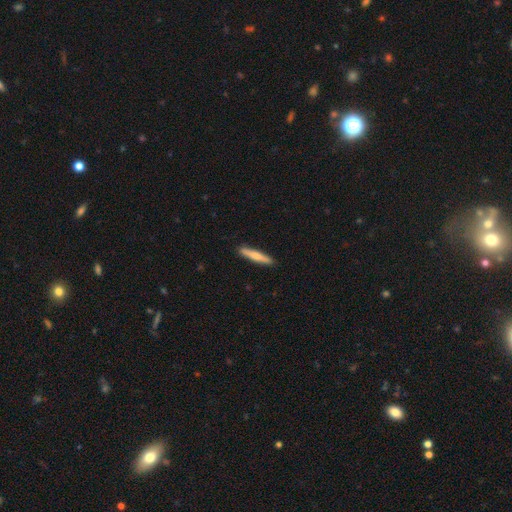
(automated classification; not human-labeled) Morphology: type=smooth (67%); roundness=cigar-shaped (92%); merging=none (91%).